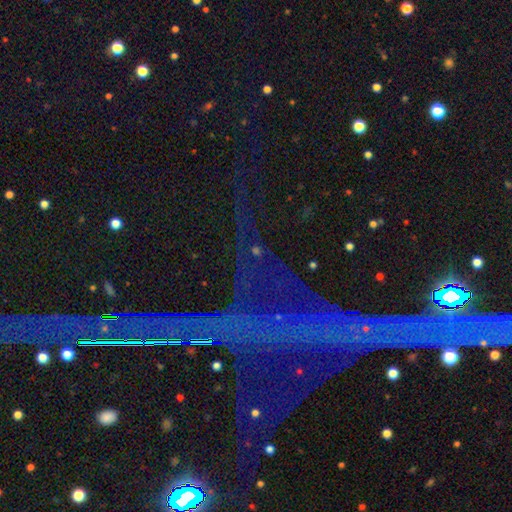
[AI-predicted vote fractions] A star or artifact, not a galaxy (82%).